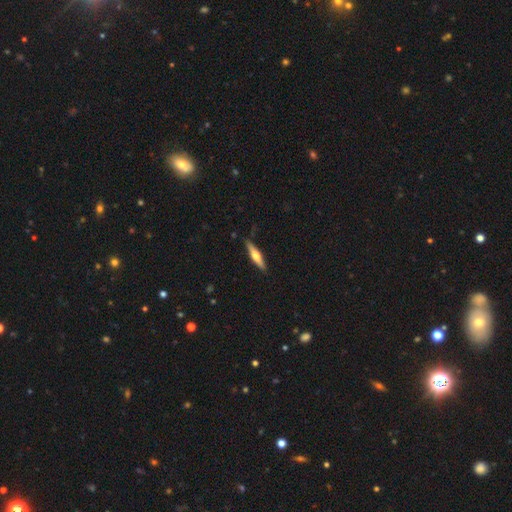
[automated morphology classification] Smooth or featured? Predicted: featured or disk (p=0.58). Edge-on disk? Predicted: yes (p=0.96). Edge-on bulge? Predicted: rounded (p=0.93). Merging? Predicted: none (p=0.86).